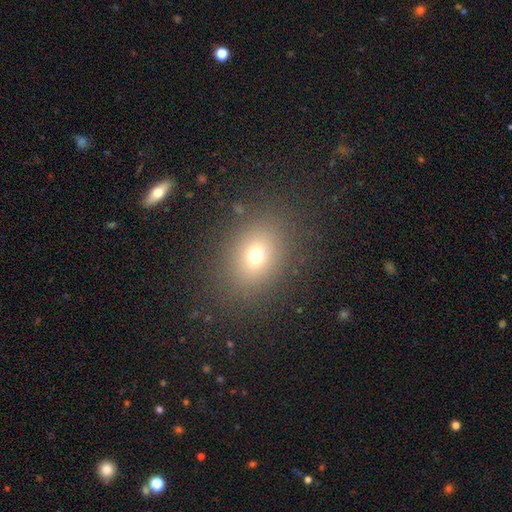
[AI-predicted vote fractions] Smooth or featured? Predicted: smooth (p=0.70). How rounded? Predicted: in between (p=0.54). Merging? Predicted: none (p=0.85).